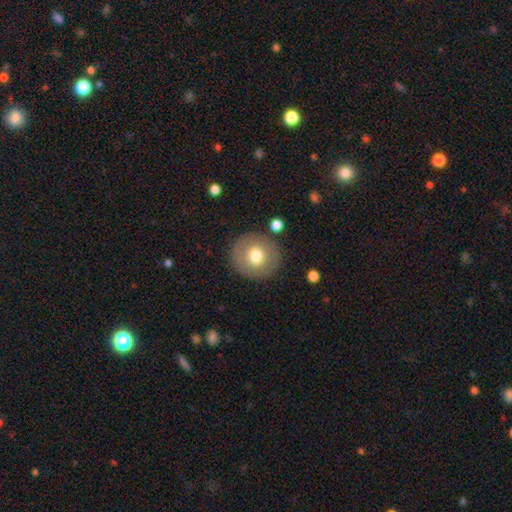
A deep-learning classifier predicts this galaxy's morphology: Overall: smooth (70%). How rounded: round (91%). Merging: none (87%).